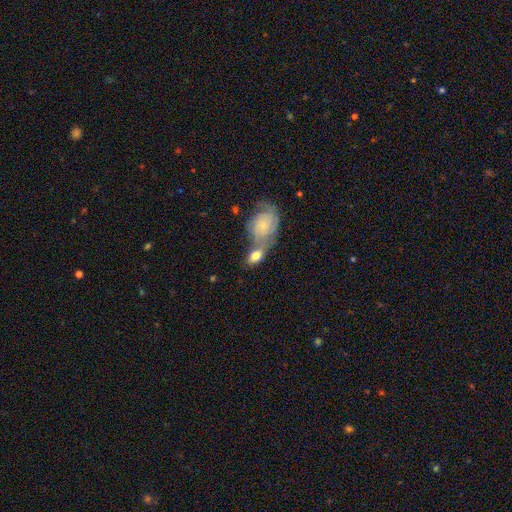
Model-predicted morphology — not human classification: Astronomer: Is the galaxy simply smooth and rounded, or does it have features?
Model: smooth — 62%.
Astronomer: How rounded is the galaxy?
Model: in between — 82%.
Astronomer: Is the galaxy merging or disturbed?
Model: merger — 50% (runner-up: none, 31%).